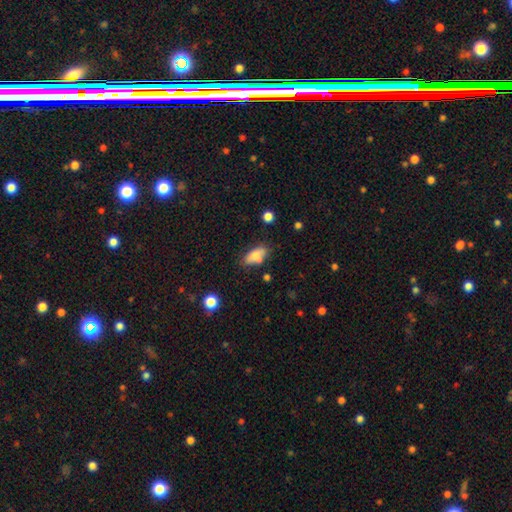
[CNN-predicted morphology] This is likely a smooth galaxy (73%). How rounded: clearly in between (84%). Merging: likely none (61%).